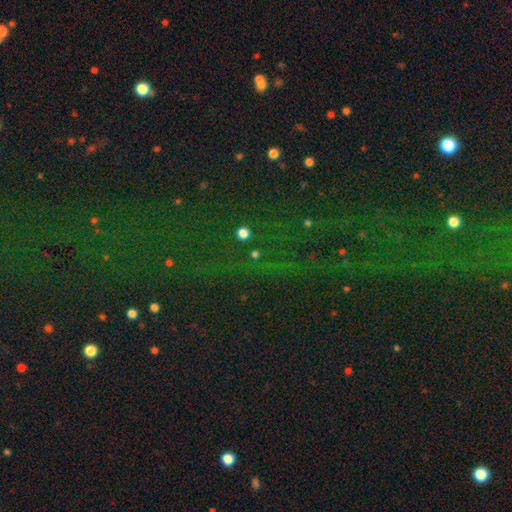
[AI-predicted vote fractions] Smooth or featured?
  - star or artifact: 78% *
  - smooth: 14%
  - featured or disk: 8%